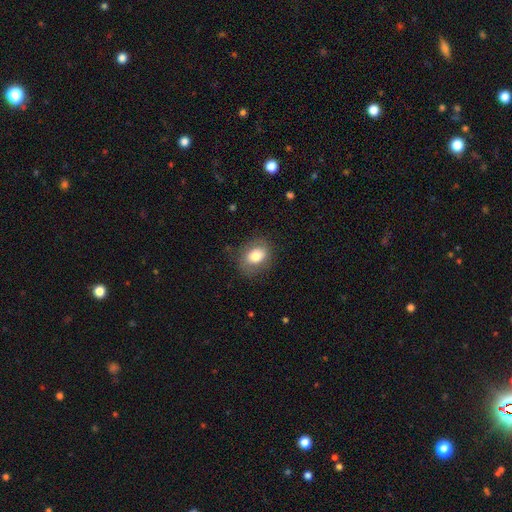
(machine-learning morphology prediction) smooth 75%, featured or disk 17%, star or artifact 8%. Down the decision tree: how rounded — in between (63%); merging — none (76%).